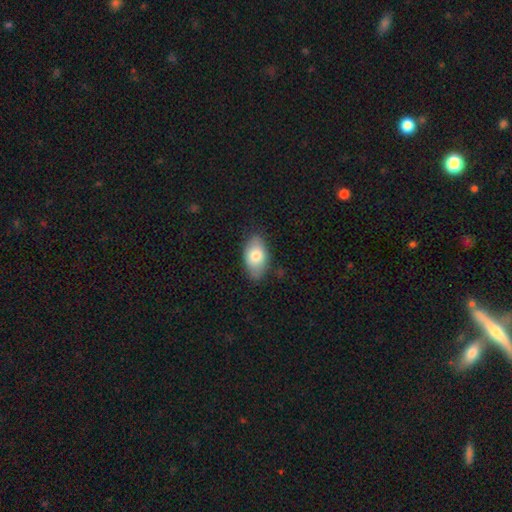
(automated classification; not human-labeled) This is likely a smooth galaxy (78%). How rounded: clearly in between (92%). Merging: likely none (78%).